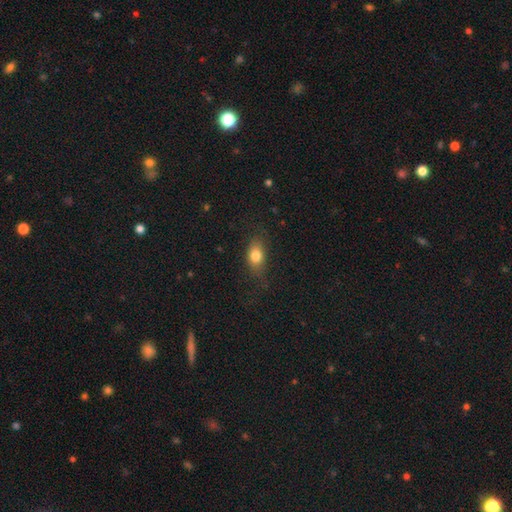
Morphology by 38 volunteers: type=smooth (89%); roundness=in between (82%); merging=none (81%).